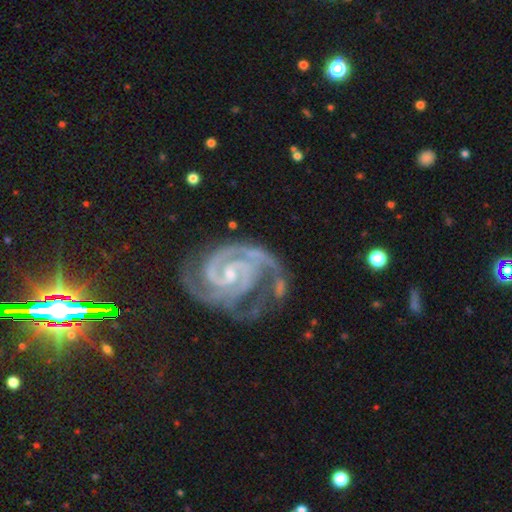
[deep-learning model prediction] Overall: featured or disk (93%). Edge-on disk: no (98%). Bar: no (42%, tied with weak). Spiral arms: yes (99%). Spiral arm count: 2 (58%; 3 24%). Spiral winding: tight (63%; medium 33%). Bulge size: small (66%; moderate 27%). Merging: none (48%; minor disturbance 25%).